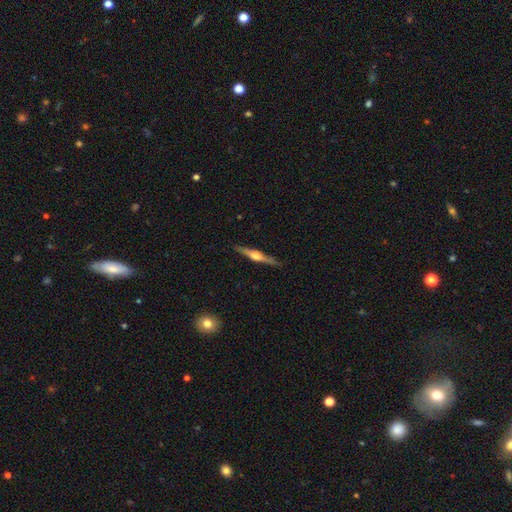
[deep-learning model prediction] Smooth or featured? Predicted: featured or disk (p=0.79). Edge-on disk? Predicted: yes (p=0.98). Edge-on bulge? Predicted: rounded (p=0.92). Merging? Predicted: none (p=0.89).